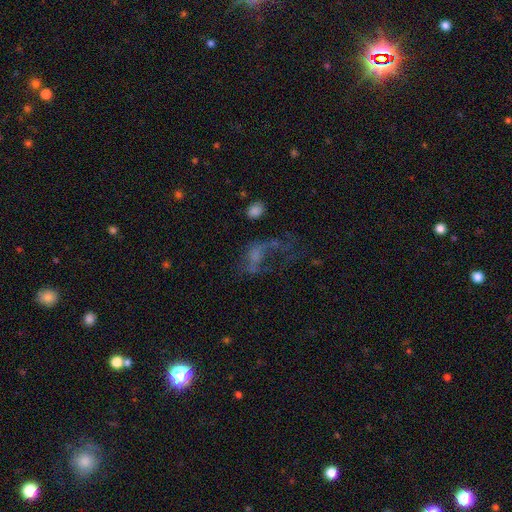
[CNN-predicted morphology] type=featured or disk (46%); merging=major disturbance (51%).